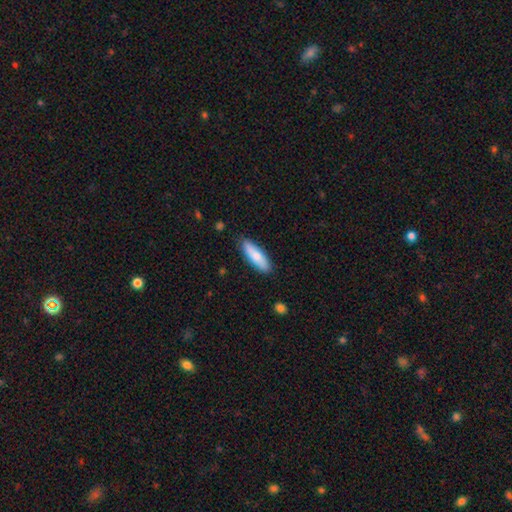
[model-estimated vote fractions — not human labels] A smooth galaxy with no disk features (79%) that is cigar-shaped (51%).

Vote fractions:
- Smooth or featured? smooth: 79% / featured or disk: 15% / star or artifact: 5%
- How rounded? cigar-shaped: 51% / in between: 47% / round: 2%
- Merging? none: 86% / minor disturbance: 11% / major disturbance: 2% / merger: 1%